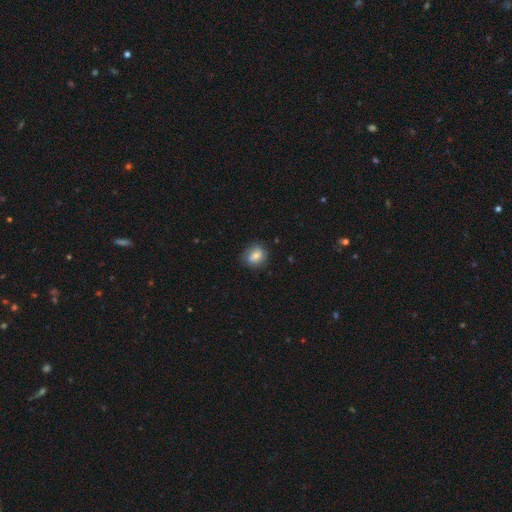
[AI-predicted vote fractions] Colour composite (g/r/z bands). It shows a smooth galaxy with no disk features (73%) that is round (61%). Merging: none (76%).